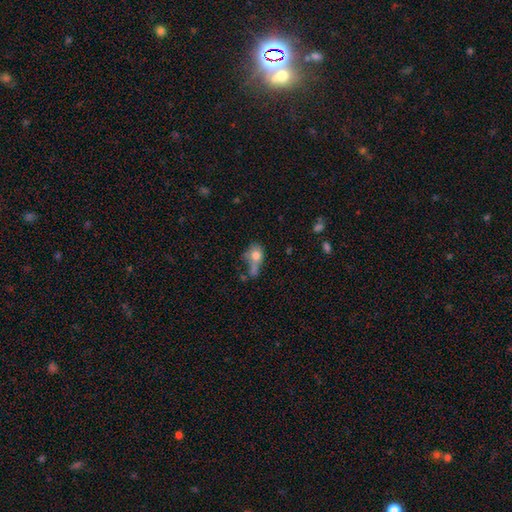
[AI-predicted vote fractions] This appears to be a smooth galaxy with no disk features (70%) that is in between round and cigar-shaped (53%). Merging: merger (27%, tied with major disturbance).